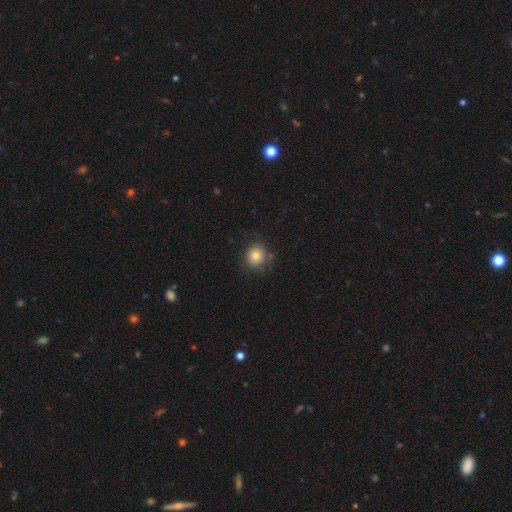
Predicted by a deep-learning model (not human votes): smooth-or-featured: smooth: 81% | star or artifact: 11% | featured or disk: 8%
  how-rounded: round: 85% | in between: 14% | cigar-shaped: 1%
  merging: none: 81% | minor disturbance: 13% | major disturbance: 3% | merger: 3%